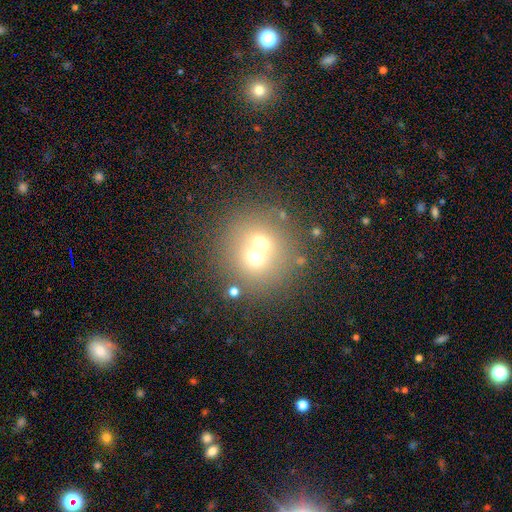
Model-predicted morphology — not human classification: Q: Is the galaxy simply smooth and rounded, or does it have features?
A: smooth — 59%.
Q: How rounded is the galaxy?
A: round — 91%.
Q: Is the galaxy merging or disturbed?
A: none — 49%.